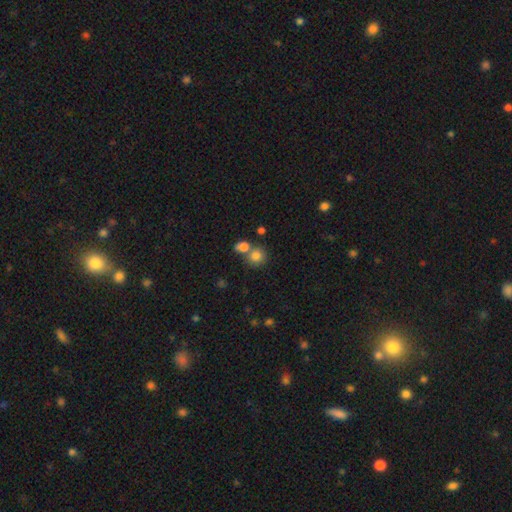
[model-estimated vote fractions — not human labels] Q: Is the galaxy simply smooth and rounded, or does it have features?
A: smooth — 82%.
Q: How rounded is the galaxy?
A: round — 81%.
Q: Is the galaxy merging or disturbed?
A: none — 54%.